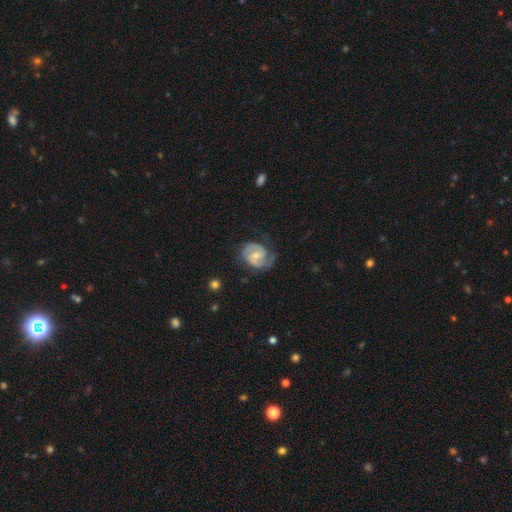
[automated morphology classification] Q: Smooth or featured?
A: featured or disk (86%); runner-up: smooth (9%)
Q: Edge-on disk?
A: no (98%); runner-up: yes (2%)
Q: Bar?
A: weak (49%); runner-up: no (38%)
Q: Spiral arms?
A: yes (97%); runner-up: no (3%)
Q: Spiral winding?
A: medium (47%); runner-up: tight (42%)
Q: Spiral arm count?
A: 2 (88%); runner-up: can't tell (5%)
Q: Bulge size?
A: small (49%); runner-up: moderate (46%)
Q: Merging?
A: none (72%); runner-up: minor disturbance (19%)